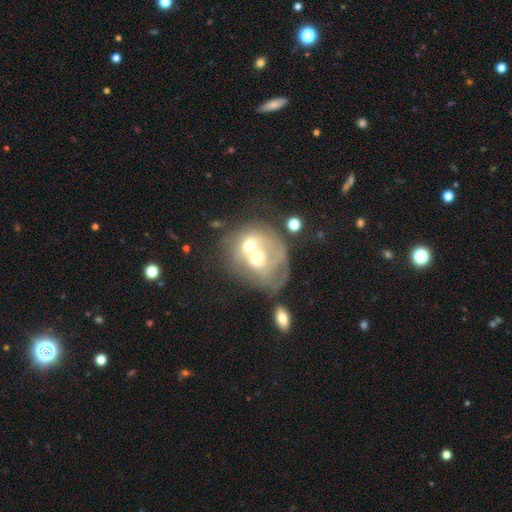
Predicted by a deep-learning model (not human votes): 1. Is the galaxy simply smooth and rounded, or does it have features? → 51% featured or disk, 38% smooth, 10% star or artifact.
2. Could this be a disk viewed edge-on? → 97% no, 3% yes.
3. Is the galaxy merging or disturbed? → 68% merger, 14% none, 10% major disturbance, 8% minor disturbance.